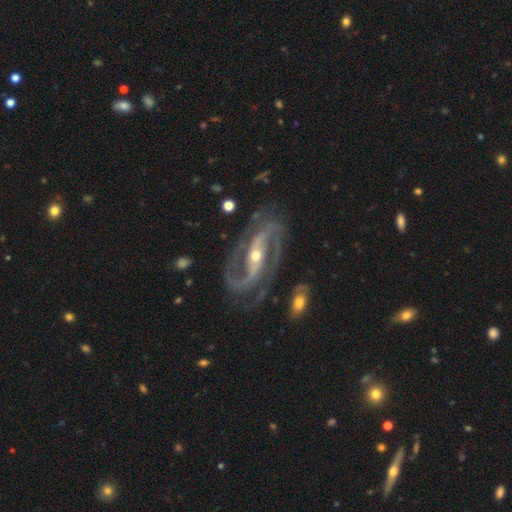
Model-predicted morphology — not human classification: A featured or disk galaxy (93%) with a strong bar (55%), 2 (89%) medium (58%) spiral arms (98%) and a moderate central bulge (50%).

Vote fractions:
- Smooth or featured? featured or disk: 93% / star or artifact: 4% / smooth: 3%
- Edge-on disk? no: 96% / yes: 4%
- Bar? strong: 55% / weak: 27% / no: 18%
- Spiral arms? yes: 98% / no: 2%
- Spiral winding? medium: 58% / tight: 23% / loose: 19%
- Spiral arm count? 2: 89% / 3: 5% / can't tell: 2% / 1: 2% / 4: 2% / more than 4: 1%
- Bulge size? moderate: 50% / small: 46% / large: 2% / none: 1% / dominant: 1%
- Merging? none: 73% / minor disturbance: 16% / major disturbance: 9% / merger: 3%